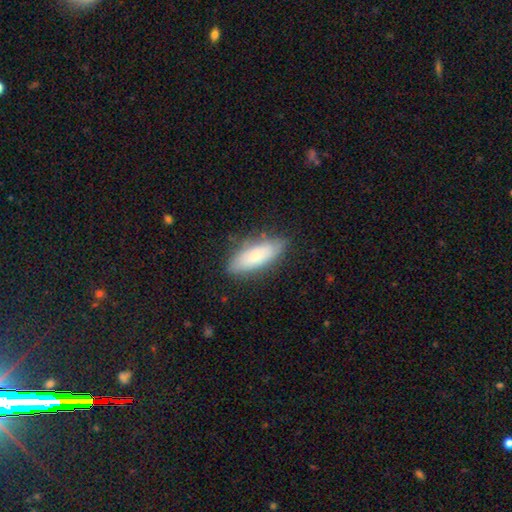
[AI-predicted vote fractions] This is likely a smooth galaxy (74%). How rounded: likely in between (68%). Merging: clearly none (80%).